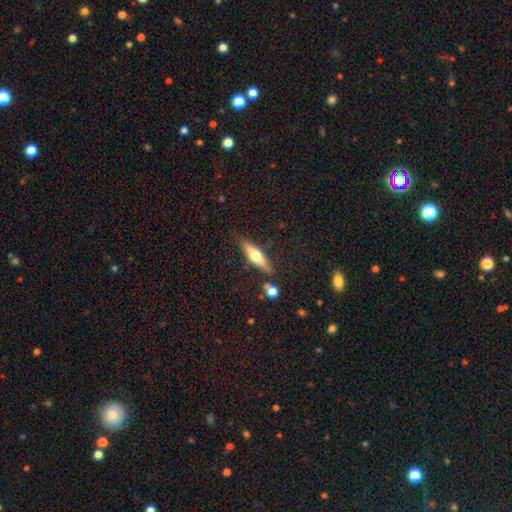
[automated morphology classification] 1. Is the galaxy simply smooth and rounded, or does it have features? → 51% smooth, 43% featured or disk, 6% star or artifact.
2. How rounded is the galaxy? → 65% cigar-shaped, 33% in between, 2% round.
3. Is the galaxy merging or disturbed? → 79% none, 13% minor disturbance, 5% merger, 3% major disturbance.